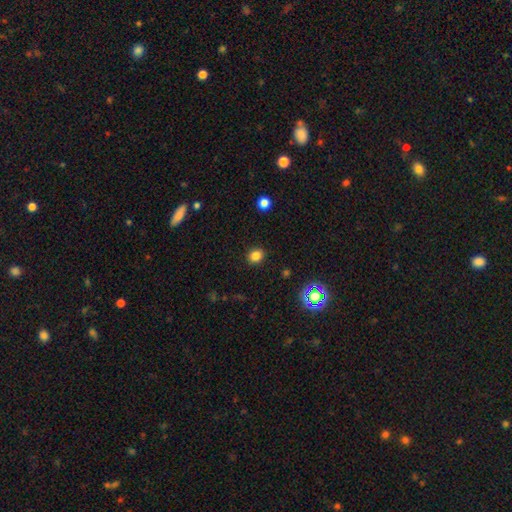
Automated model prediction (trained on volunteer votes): Smooth or featured?
  - smooth: 82% *
  - star or artifact: 14%
  - featured or disk: 4%
How rounded?
  - round: 70% *
  - in between: 29%
  - cigar-shaped: 1%
Merging?
  - none: 90% *
  - minor disturbance: 6%
  - major disturbance: 2%
  - merger: 1%